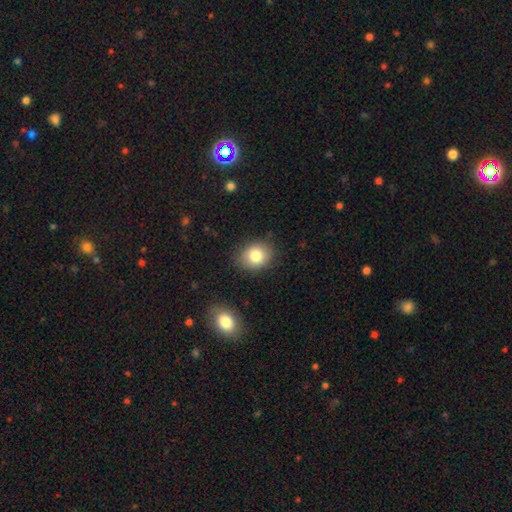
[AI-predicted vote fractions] The model was most divided on "how rounded": round: 54%, in between: 45%, cigar-shaped: 1%. More confident: merging — none (84%); smooth or featured — smooth (82%).